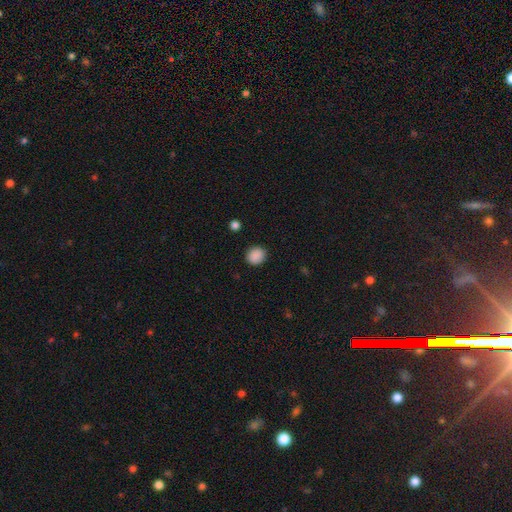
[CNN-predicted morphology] Smooth or featured: smooth — 89% (star or artifact — 9%)
How rounded: round — 79% (in between — 20%)
Merging: none — 89% (minor disturbance — 7%)